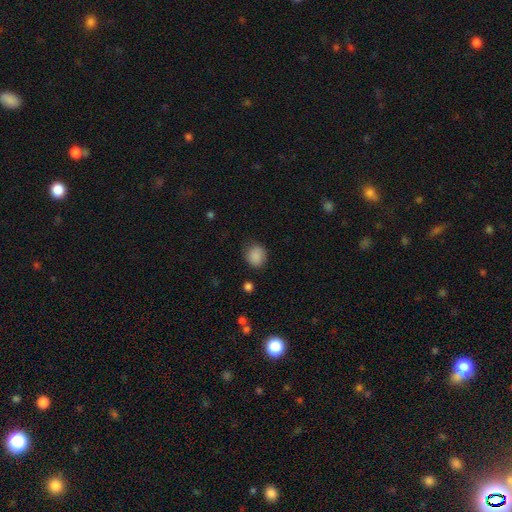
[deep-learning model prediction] Smooth or featured? smooth (87%)
How rounded? round (75%)
Merging? none (80%)